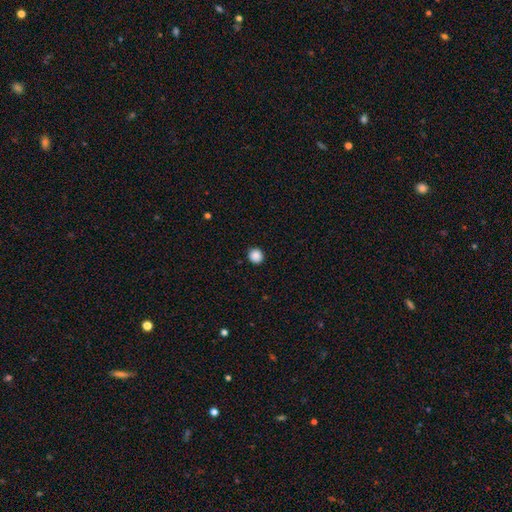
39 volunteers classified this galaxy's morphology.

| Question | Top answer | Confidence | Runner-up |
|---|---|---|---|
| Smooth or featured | smooth | 90% | star or artifact (10%) |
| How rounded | round | 97% | in between (3%) |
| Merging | none | 97% | minor disturbance (3%) |